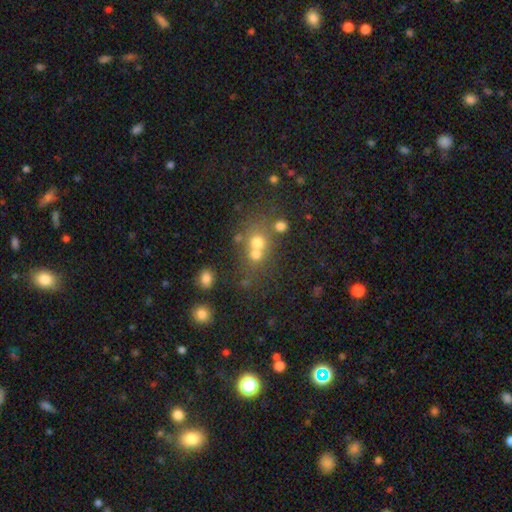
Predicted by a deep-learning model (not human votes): A smooth galaxy with no disk features (49%).

Vote fractions:
- Smooth or featured? smooth: 49% / star or artifact: 37% / featured or disk: 14%
- Merging? none: 46% / merger: 40% / minor disturbance: 8% / major disturbance: 5%